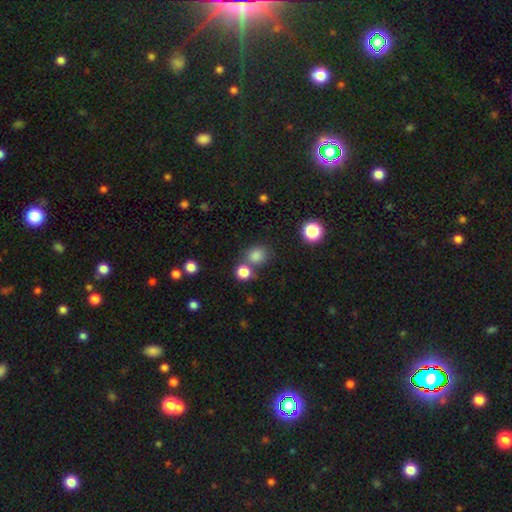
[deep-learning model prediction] A smooth galaxy with no disk features (82%) that is round (81%). Merging: none (66%).